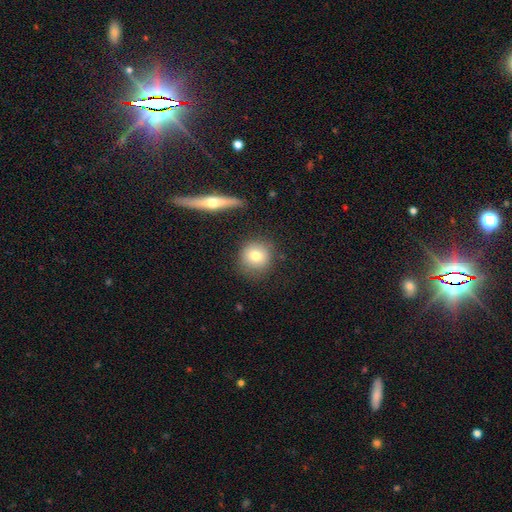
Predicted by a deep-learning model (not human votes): This appears to be a smooth galaxy with no disk features (78%) that is round (91%). Merging: none (82%).